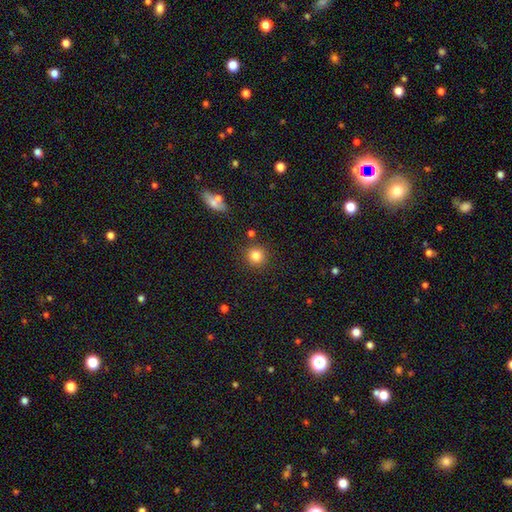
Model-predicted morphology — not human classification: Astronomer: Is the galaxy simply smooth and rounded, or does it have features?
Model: smooth — 82%.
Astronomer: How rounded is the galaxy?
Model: round — 93%.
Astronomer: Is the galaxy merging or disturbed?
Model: none — 87%.